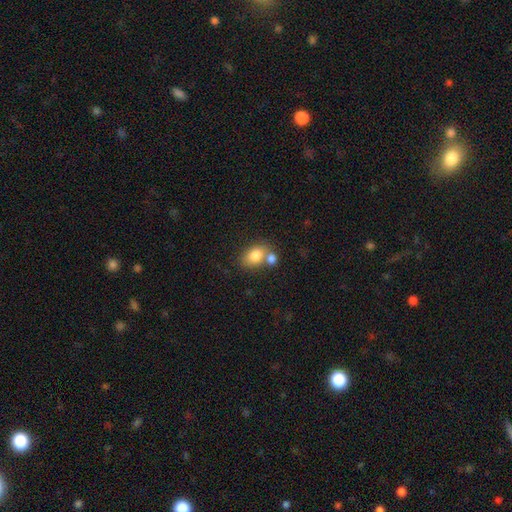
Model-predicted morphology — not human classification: smooth-or-featured: smooth: 81% | featured or disk: 11% | star or artifact: 8%
  how-rounded: in between: 73% | round: 25% | cigar-shaped: 1%
  merging: none: 48% | merger: 37% | minor disturbance: 12% | major disturbance: 4%